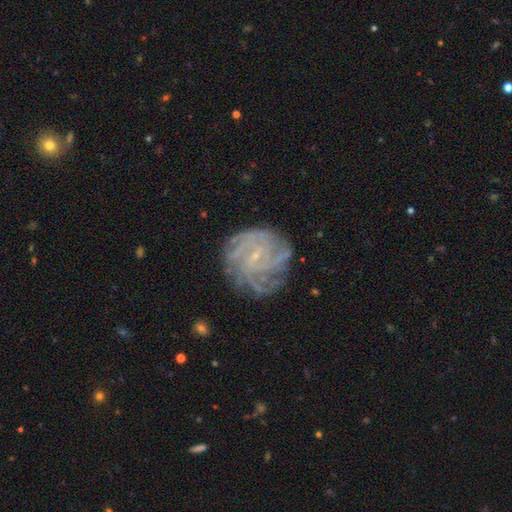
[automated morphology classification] smooth_or_featured: featured or disk (p=0.83) [alt: star or artifact p=0.09]
disk_edge_on: no (p=0.98) [alt: yes p=0.02]
bar: no (p=0.55) [alt: weak p=0.36]
has_spiral_arms: yes (p=0.96) [alt: no p=0.04]
spiral_winding: tight (p=0.65) [alt: medium p=0.28]
spiral_arm_count: 4 (p=0.28) [alt: more than 4 p=0.24]
bulge_size: small (p=0.85) [alt: moderate p=0.08]
merging: none (p=0.77) [alt: minor disturbance p=0.16]